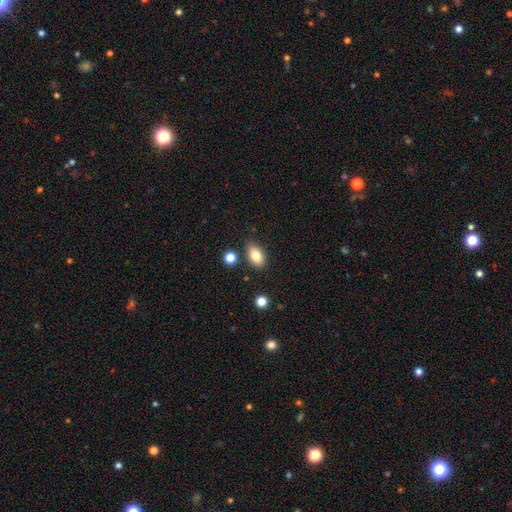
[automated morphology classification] Smooth or featured? smooth (81%)
How rounded? in between (88%)
Merging? none (80%)